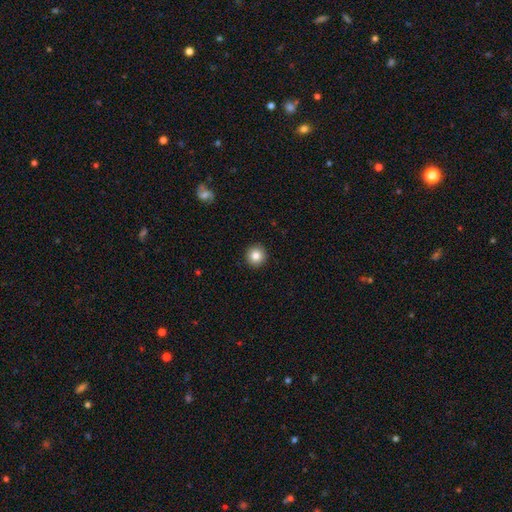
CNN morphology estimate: The model was most divided on "smooth or featured": smooth: 84%, star or artifact: 10%, featured or disk: 7%. More confident: how rounded — round (95%); merging — none (93%).